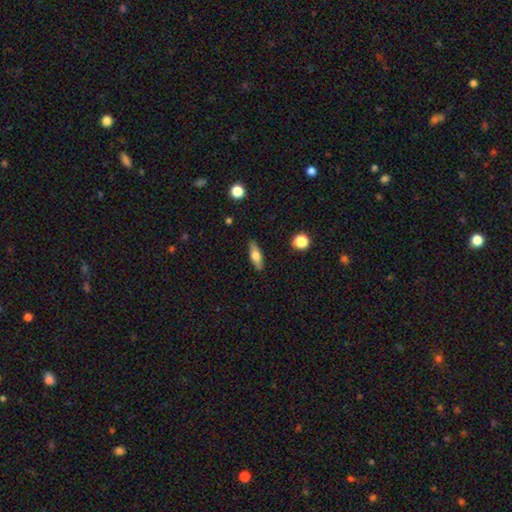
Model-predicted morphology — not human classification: Overall: smooth (61%; featured or disk 32%). How rounded: in between (55%; cigar-shaped 41%). Merging: none (86%).